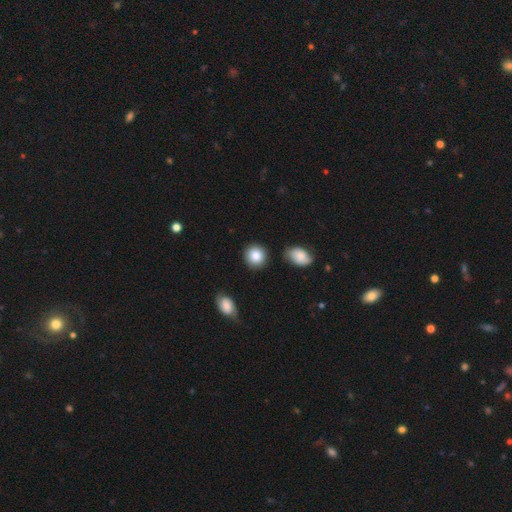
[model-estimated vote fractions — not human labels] A smooth galaxy with no disk features (86%) that is round (85%).

Vote fractions:
- Smooth or featured? smooth: 86% / star or artifact: 8% / featured or disk: 7%
- How rounded? round: 85% / in between: 14% / cigar-shaped: 1%
- Merging? none: 84% / minor disturbance: 9% / merger: 4% / major disturbance: 3%